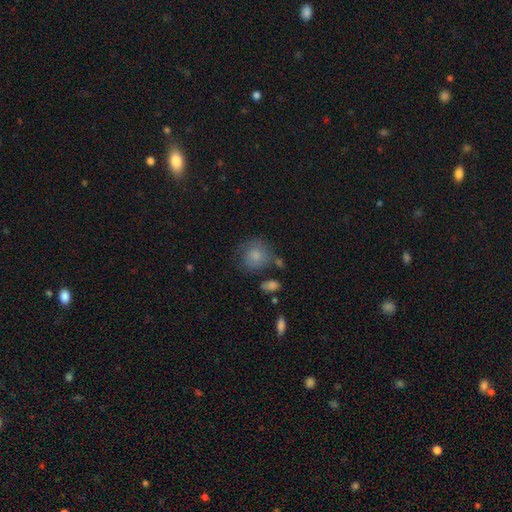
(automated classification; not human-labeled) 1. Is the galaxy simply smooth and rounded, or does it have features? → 74% smooth, 18% featured or disk, 8% star or artifact.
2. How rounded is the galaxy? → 80% round, 19% in between, 1% cigar-shaped.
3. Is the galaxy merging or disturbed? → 55% none, 24% minor disturbance, 13% major disturbance, 8% merger.